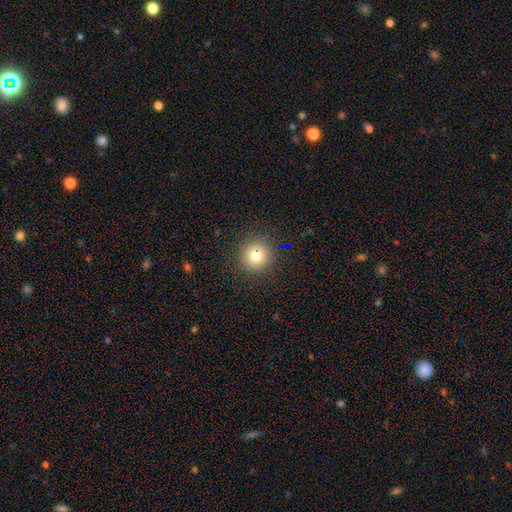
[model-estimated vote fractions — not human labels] smooth_or_featured: smooth (p=0.76) [alt: star or artifact p=0.14]
how_rounded: round (p=0.94) [alt: in between p=0.05]
merging: none (p=0.89) [alt: minor disturbance p=0.07]